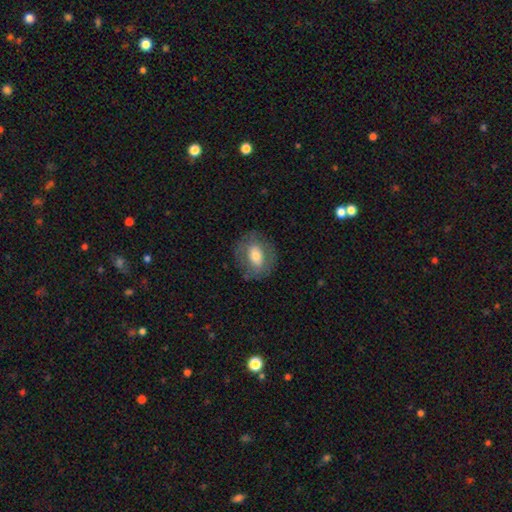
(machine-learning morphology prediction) smooth_or_featured: smooth (p=0.57) [alt: featured or disk p=0.36]
how_rounded: in between (p=0.52) [alt: round p=0.47]
merging: none (p=0.76) [alt: minor disturbance p=0.15]